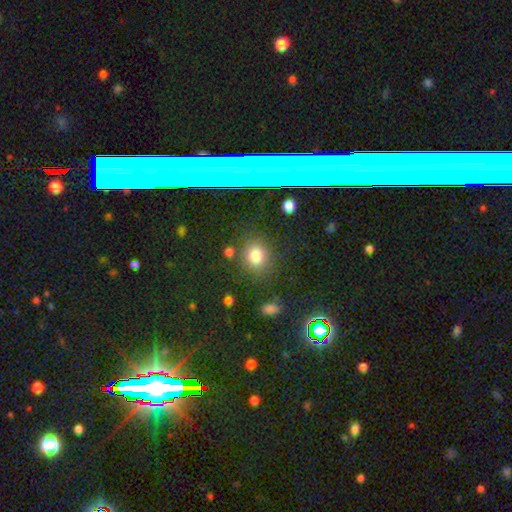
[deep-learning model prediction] Smooth or featured? smooth (77%)
How rounded? round (66%)
Merging? none (81%)